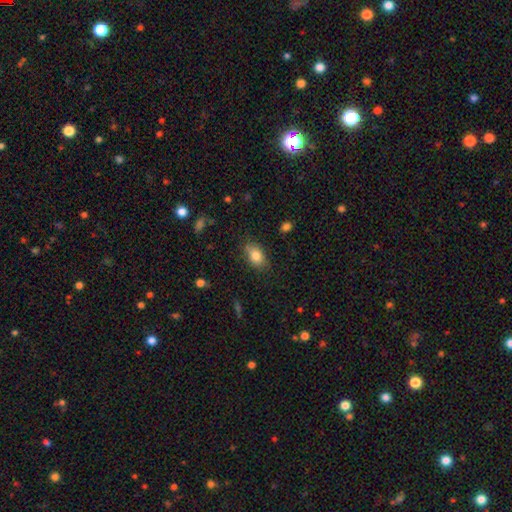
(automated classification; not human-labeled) The model was most divided on "merging": none: 78%, minor disturbance: 16%, major disturbance: 4%, merger: 2%. More confident: how rounded — in between (86%); smooth or featured — smooth (82%).